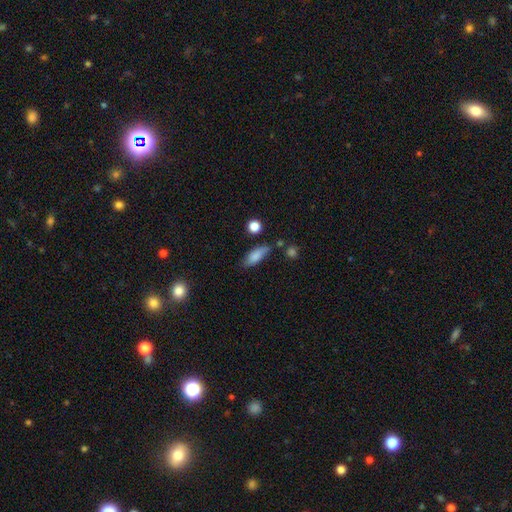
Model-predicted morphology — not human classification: Smooth or featured?
  - smooth: 79% *
  - featured or disk: 13%
  - star or artifact: 8%
How rounded?
  - in between: 63% *
  - cigar-shaped: 33%
  - round: 4%
Merging?
  - none: 68% *
  - minor disturbance: 22%
  - merger: 5%
  - major disturbance: 5%